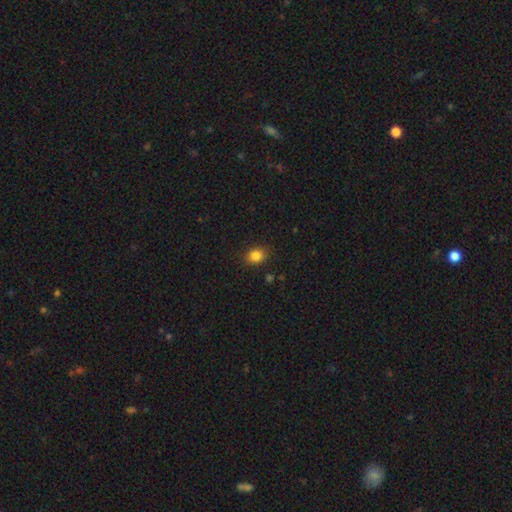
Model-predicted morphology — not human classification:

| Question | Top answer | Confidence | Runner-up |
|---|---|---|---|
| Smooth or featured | smooth | 84% | star or artifact (11%) |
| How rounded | round | 50% | in between (49%) |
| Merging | none | 86% | minor disturbance (10%) |